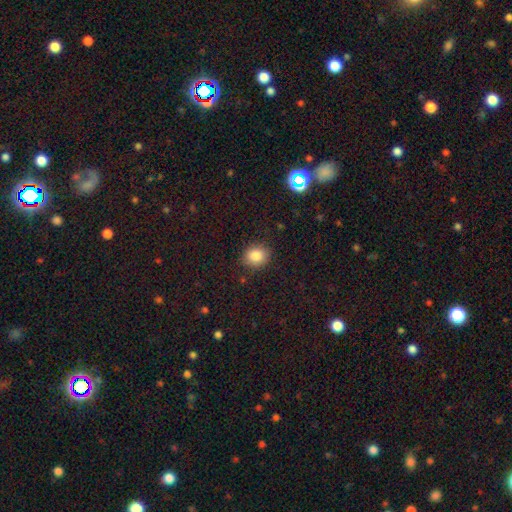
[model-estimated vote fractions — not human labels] This appears to be a smooth galaxy with no disk features (85%) that is round (67%). Merging: none (85%).